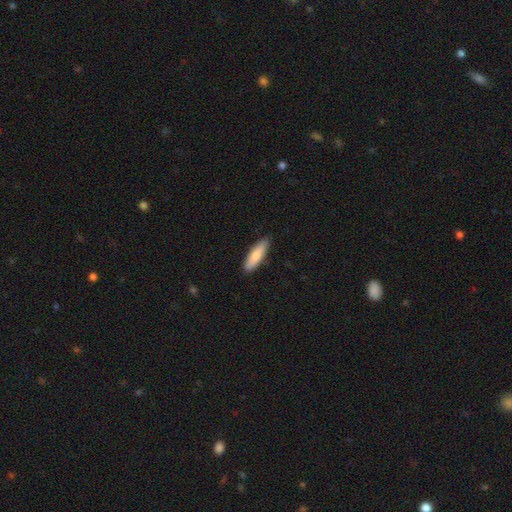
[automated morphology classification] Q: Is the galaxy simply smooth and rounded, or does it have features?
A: smooth — 83%.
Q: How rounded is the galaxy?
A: cigar-shaped — 58%.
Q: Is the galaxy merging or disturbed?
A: none — 88%.